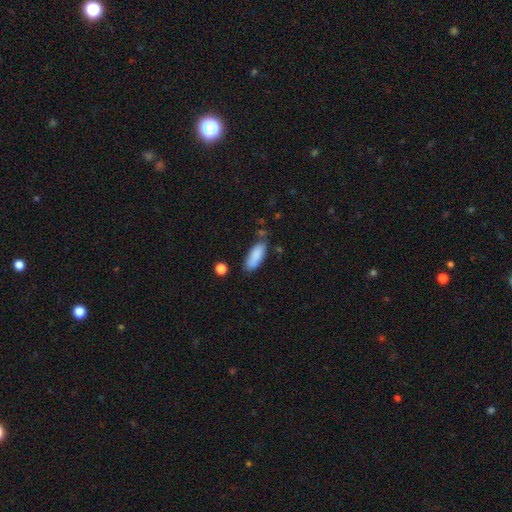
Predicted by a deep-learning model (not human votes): Morphology: type=smooth (88%); roundness=in between (77%); merging=none (71%).